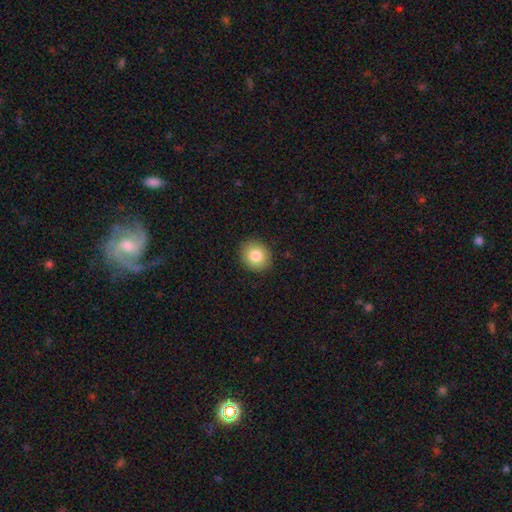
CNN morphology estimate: type=smooth (83%); roundness=round (75%); merging=none (90%).